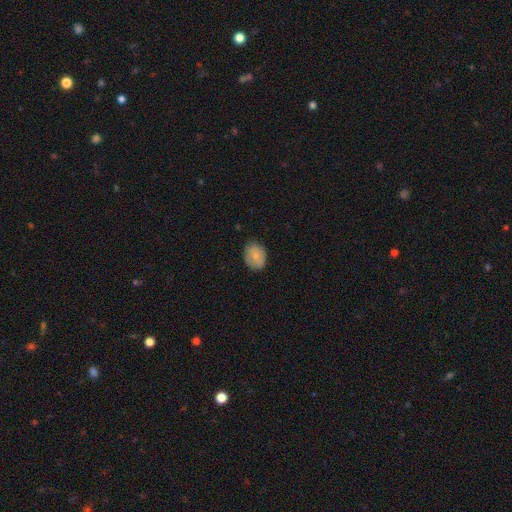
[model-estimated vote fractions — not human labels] smooth 76%, featured or disk 17%, star or artifact 7%. Down the decision tree: how rounded — in between (60%); merging — none (79%).